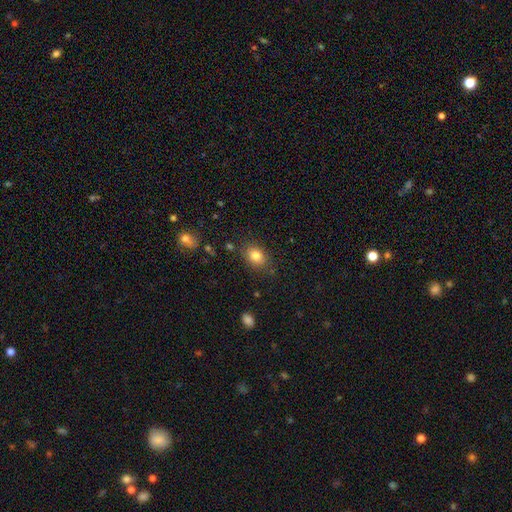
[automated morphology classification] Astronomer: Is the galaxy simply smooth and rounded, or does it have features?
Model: smooth — 82%.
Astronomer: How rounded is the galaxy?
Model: in between — 64%.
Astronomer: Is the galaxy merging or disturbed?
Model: none — 81%.